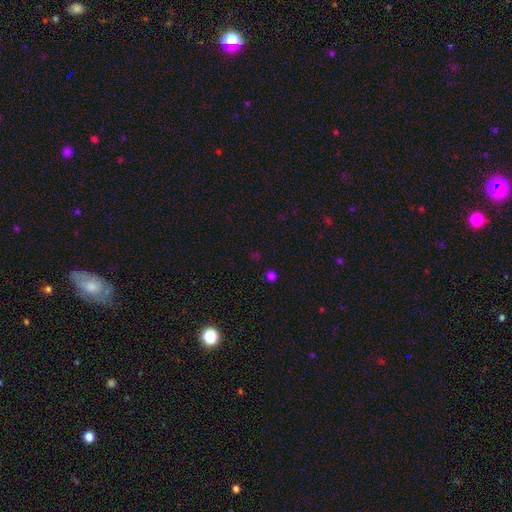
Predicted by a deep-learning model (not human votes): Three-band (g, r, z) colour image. It shows a smooth galaxy with no disk features (55%) that is round (89%). Merging: none (87%).